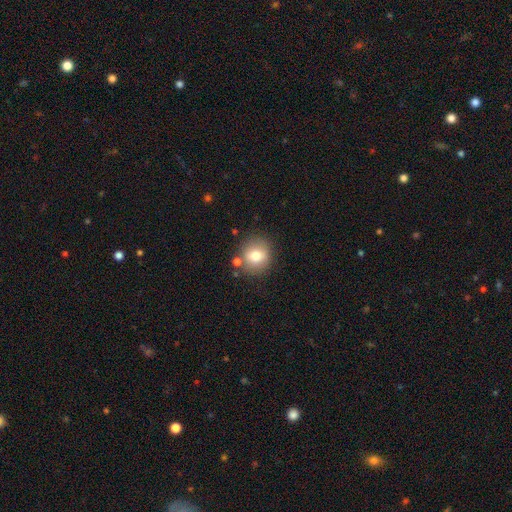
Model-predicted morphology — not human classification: Smooth or featured?
  - smooth: 75% *
  - featured or disk: 14%
  - star or artifact: 10%
How rounded?
  - round: 86% *
  - in between: 13%
  - cigar-shaped: 1%
Merging?
  - none: 78% *
  - minor disturbance: 11%
  - merger: 7%
  - major disturbance: 4%